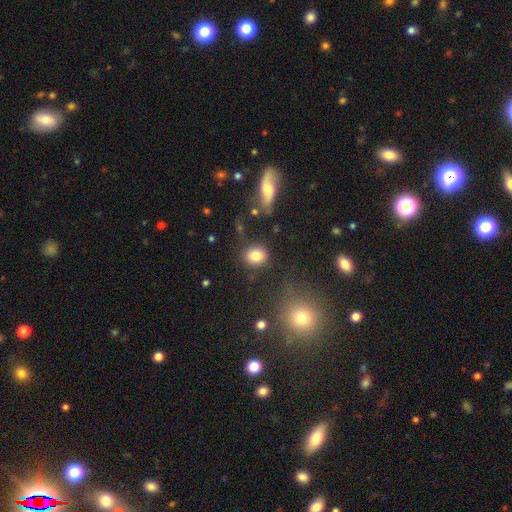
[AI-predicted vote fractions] The model was most divided on "how rounded": round: 69%, in between: 29%, cigar-shaped: 1%. More confident: smooth or featured — smooth (83%); merging — none (80%).